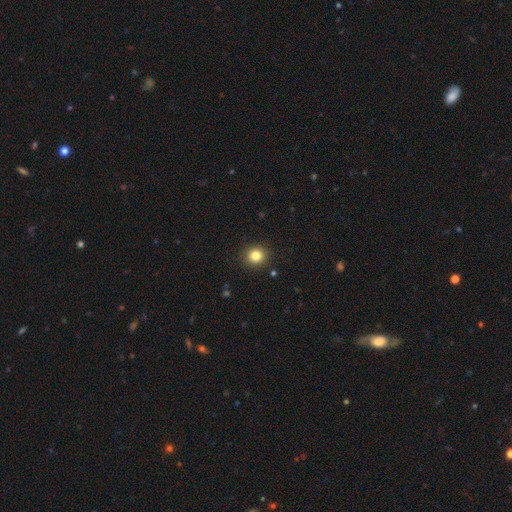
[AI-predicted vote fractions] A smooth galaxy with no disk features (82%) that is round (89%).

Vote fractions:
- Smooth or featured? smooth: 82% / star or artifact: 12% / featured or disk: 6%
- How rounded? round: 89% / in between: 10% / cigar-shaped: 1%
- Merging? none: 92% / minor disturbance: 5% / major disturbance: 2% / merger: 1%